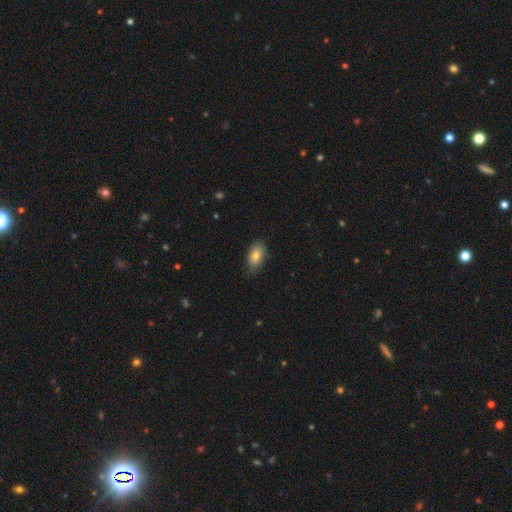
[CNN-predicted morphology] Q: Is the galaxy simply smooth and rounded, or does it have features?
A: smooth — 83%.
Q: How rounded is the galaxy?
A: in between — 92%.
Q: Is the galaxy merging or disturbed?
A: none — 78%.